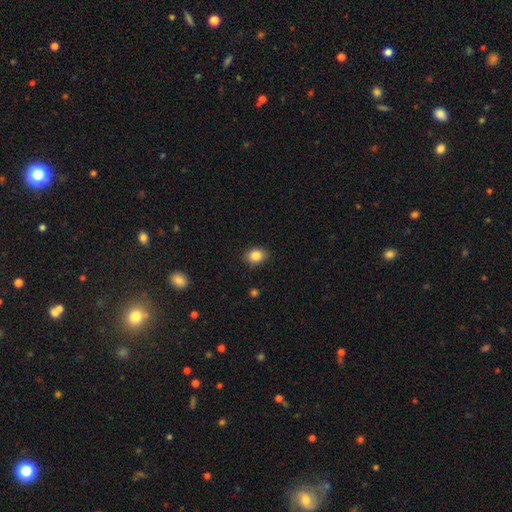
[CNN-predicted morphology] The model was most divided on "how rounded": in between: 56%, round: 43%, cigar-shaped: 1%. More confident: merging — none (88%); smooth or featured — smooth (85%).